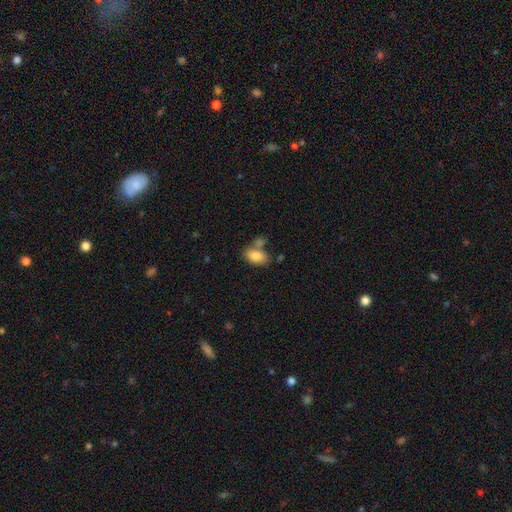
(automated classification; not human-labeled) smooth-or-featured: smooth: 84% | featured or disk: 9% | star or artifact: 7%
  how-rounded: in between: 90% | round: 9% | cigar-shaped: 2%
  merging: none: 50% | merger: 29% | minor disturbance: 15% | major disturbance: 5%